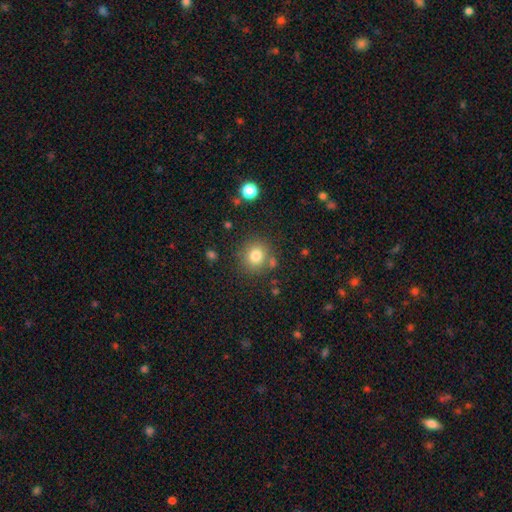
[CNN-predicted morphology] Smooth or featured: smooth — 80% (star or artifact — 12%)
How rounded: round — 87% (in between — 12%)
Merging: none — 77% (minor disturbance — 11%)